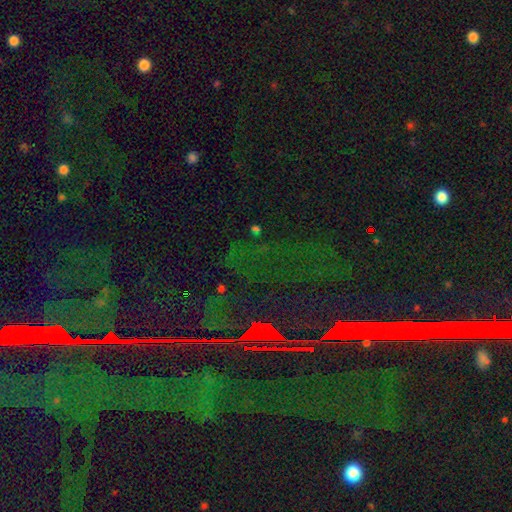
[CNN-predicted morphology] A star or artifact, not a galaxy (80%).